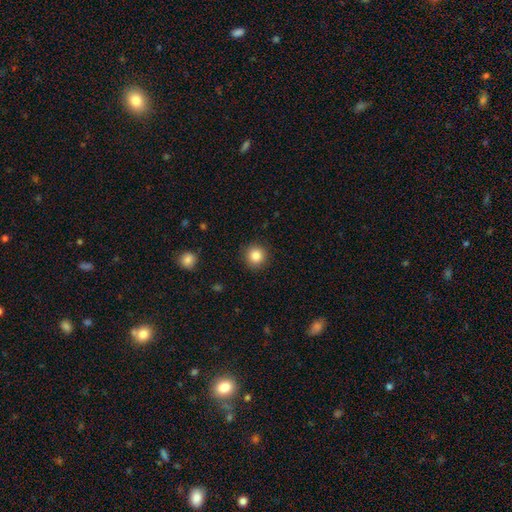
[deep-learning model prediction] A smooth galaxy with no disk features (85%) that is round (94%).

Vote fractions:
- Smooth or featured? smooth: 85% / star or artifact: 10% / featured or disk: 5%
- How rounded? round: 94% / in between: 5% / cigar-shaped: 1%
- Merging? none: 91% / minor disturbance: 6% / major disturbance: 2% / merger: 1%